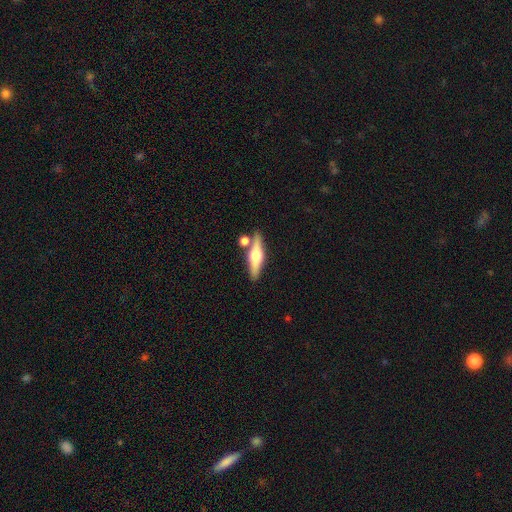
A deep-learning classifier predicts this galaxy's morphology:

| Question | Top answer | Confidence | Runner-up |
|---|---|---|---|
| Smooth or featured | featured or disk | 61% | smooth (33%) |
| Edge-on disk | yes | 94% | no (6%) |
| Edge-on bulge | rounded | 94% | boxy (4%) |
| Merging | none | 75% | merger (12%) |